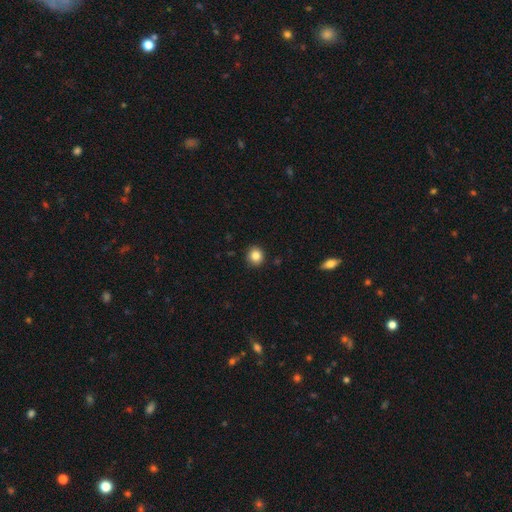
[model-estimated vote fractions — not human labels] Smooth or featured? smooth (85%)
How rounded? round (89%)
Merging? none (91%)